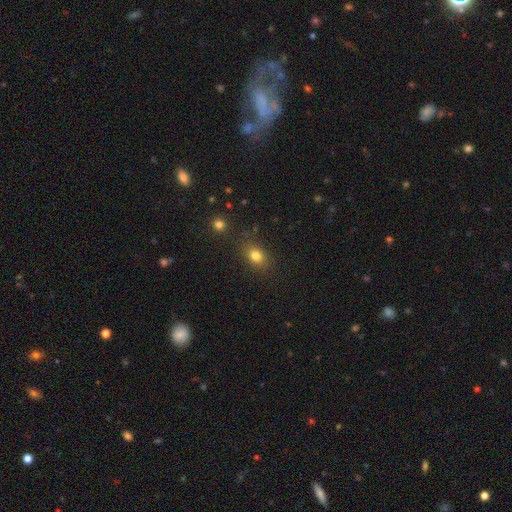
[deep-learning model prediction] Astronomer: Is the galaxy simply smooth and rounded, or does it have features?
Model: smooth — 80%.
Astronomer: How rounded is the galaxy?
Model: in between — 65%.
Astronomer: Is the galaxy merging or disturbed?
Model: none — 80%.